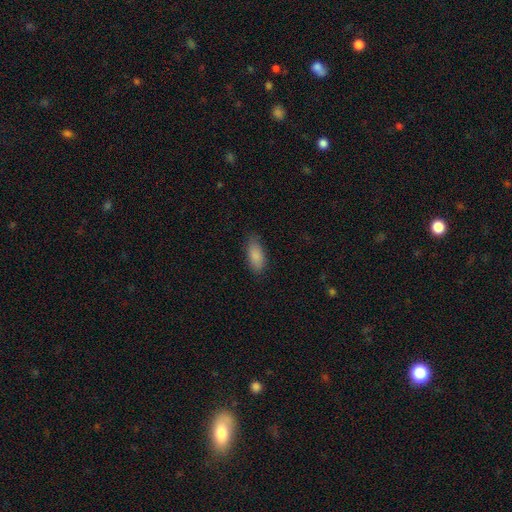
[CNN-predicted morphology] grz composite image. It shows a smooth galaxy with no disk features (88%) that is in between round and cigar-shaped (85%). Merging: none (83%).